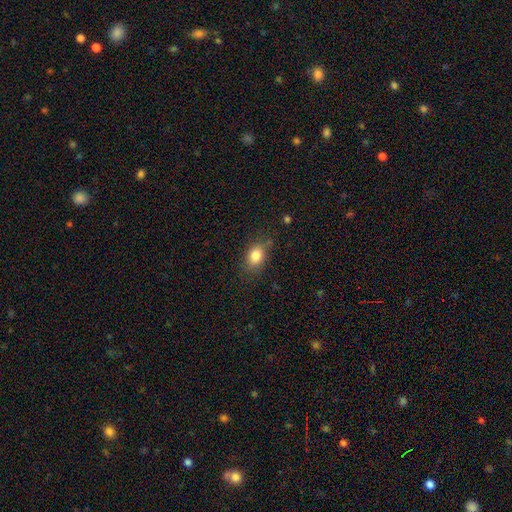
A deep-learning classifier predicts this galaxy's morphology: Smooth or featured: smooth — 83% (star or artifact — 9%)
How rounded: in between — 73% (round — 25%)
Merging: none — 74% (minor disturbance — 20%)